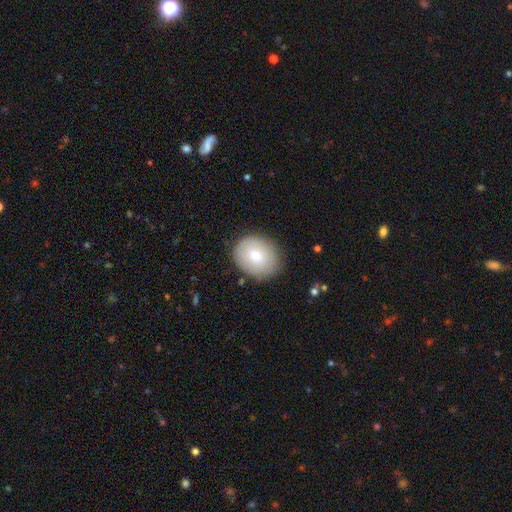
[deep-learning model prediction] smooth-or-featured: smooth: 74% | featured or disk: 20% | star or artifact: 7%
  how-rounded: round: 52% | in between: 47% | cigar-shaped: 1%
  merging: none: 81% | minor disturbance: 14% | major disturbance: 4% | merger: 2%